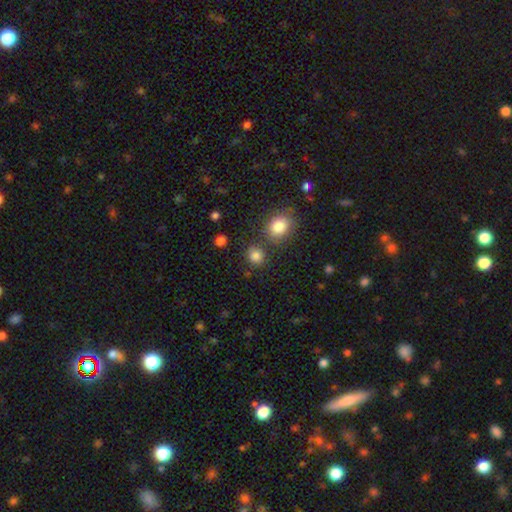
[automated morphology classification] A smooth galaxy with no disk features (83%) that is round (84%).

Vote fractions:
- Smooth or featured? smooth: 83% / star or artifact: 12% / featured or disk: 5%
- How rounded? round: 84% / in between: 15% / cigar-shaped: 1%
- Merging? none: 75% / merger: 12% / minor disturbance: 10% / major disturbance: 4%